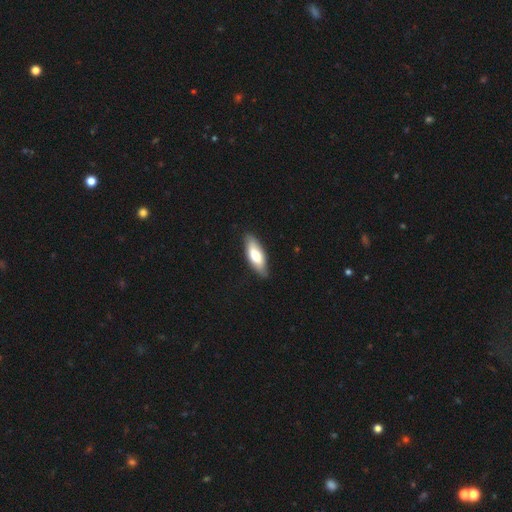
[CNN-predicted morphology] This appears to be a smooth galaxy with no disk features (65%) that is in between round and cigar-shaped (68%). Merging: none (83%).